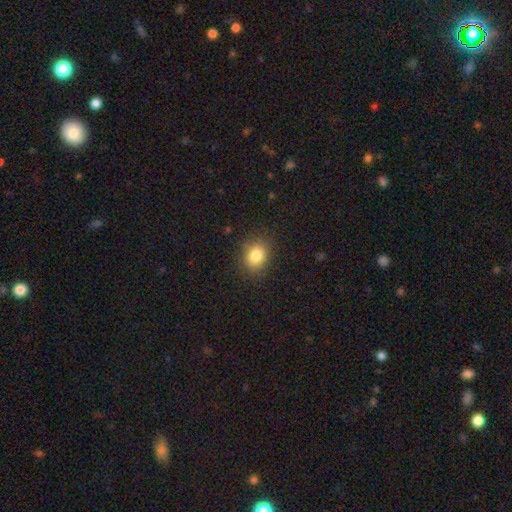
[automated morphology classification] Q: Smooth or featured?
A: smooth (83%); runner-up: star or artifact (10%)
Q: How rounded?
A: round (51%); runner-up: in between (48%)
Q: Merging?
A: none (84%); runner-up: minor disturbance (11%)